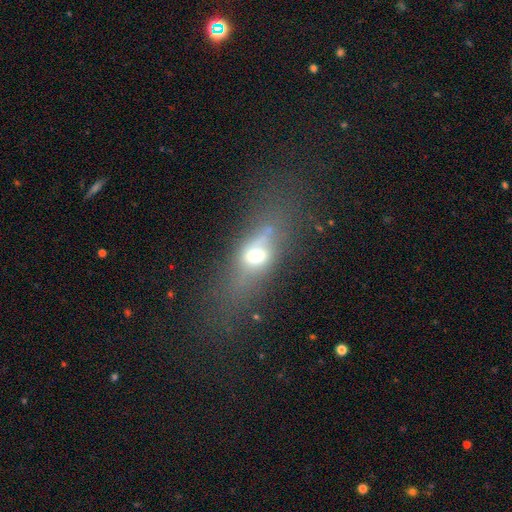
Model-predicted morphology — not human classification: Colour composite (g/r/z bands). It shows a smooth galaxy with no disk features (45%). Merging: none (49%).